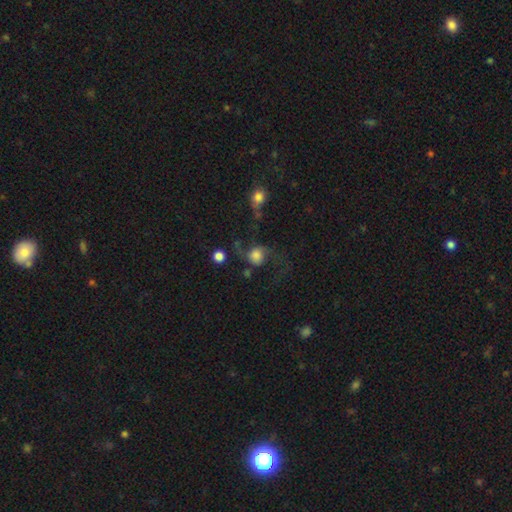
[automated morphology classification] Overall: smooth (50%; featured or disk 39%). Merging: none (40%; major disturbance 33%).